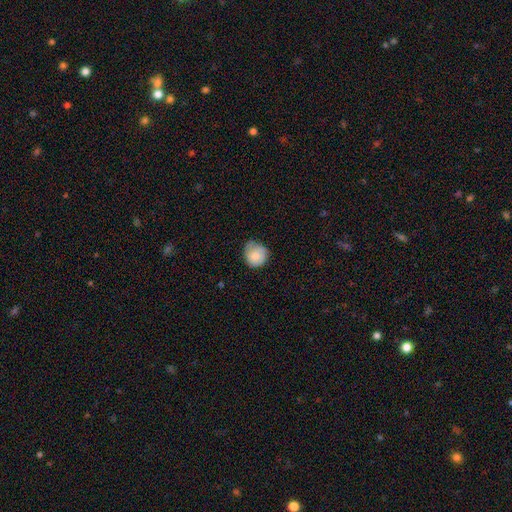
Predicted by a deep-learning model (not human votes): smooth_or_featured: smooth (p=0.74) [alt: featured or disk p=0.18]
how_rounded: round (p=0.85) [alt: in between p=0.14]
merging: none (p=0.55) [alt: minor disturbance p=0.35]